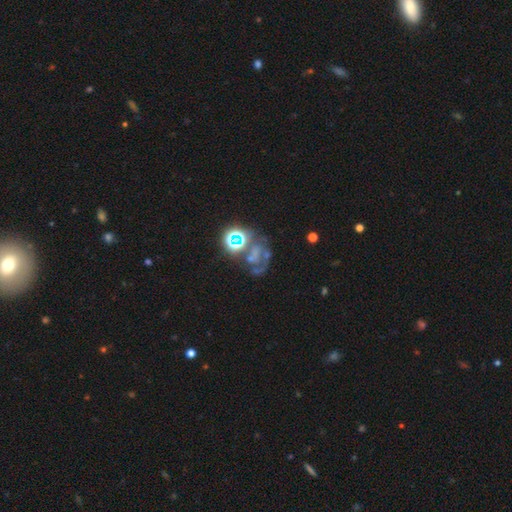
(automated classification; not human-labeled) smooth_or_featured: star or artifact (p=0.43) [alt: featured or disk p=0.36]